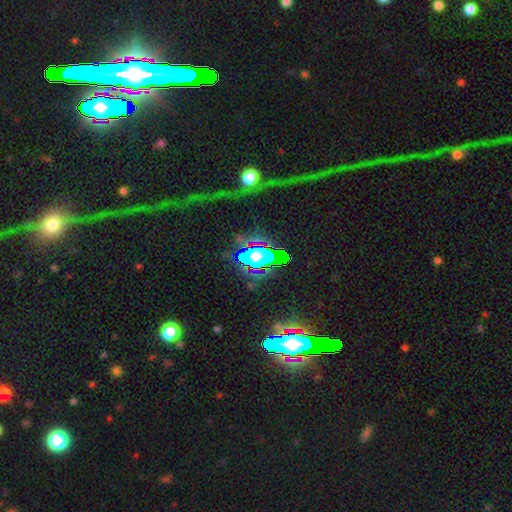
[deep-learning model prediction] The model was most divided on "smooth or featured": star or artifact: 54%, featured or disk: 24%, smooth: 22%.